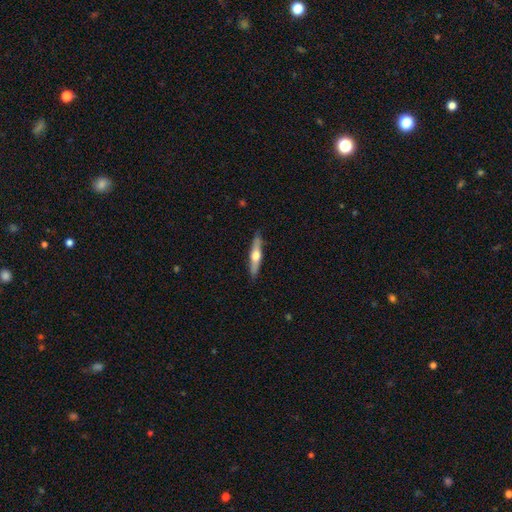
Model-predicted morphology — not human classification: Smooth or featured?
  - featured or disk: 57% *
  - smooth: 38%
  - star or artifact: 5%
Edge-on disk?
  - yes: 94% *
  - no: 6%
Edge-on bulge?
  - rounded: 92% *
  - none: 4%
  - boxy: 4%
Merging?
  - none: 88% *
  - minor disturbance: 9%
  - major disturbance: 2%
  - merger: 1%